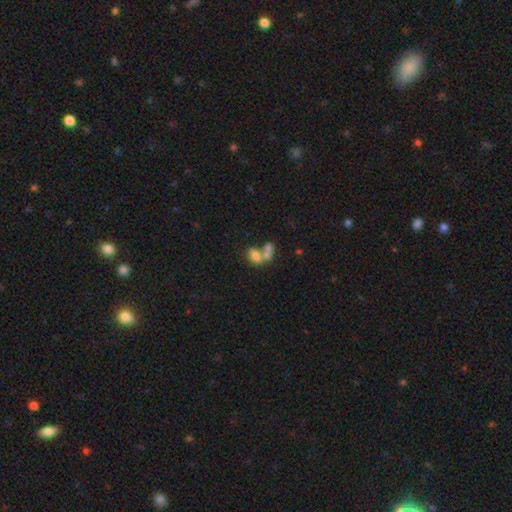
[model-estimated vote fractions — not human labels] A smooth galaxy with no disk features (70%) that is in between round and cigar-shaped (82%).

Vote fractions:
- Smooth or featured? smooth: 70% / featured or disk: 19% / star or artifact: 11%
- How rounded? in between: 82% / round: 15% / cigar-shaped: 3%
- Merging? merger: 63% / none: 23% / minor disturbance: 7% / major disturbance: 6%